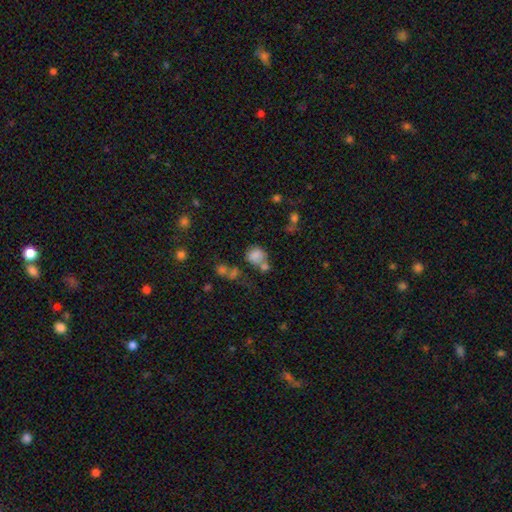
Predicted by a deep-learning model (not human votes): smooth 77%, star or artifact 13%, featured or disk 10%. Down the decision tree: how rounded — round (70%); merging — none (44%).